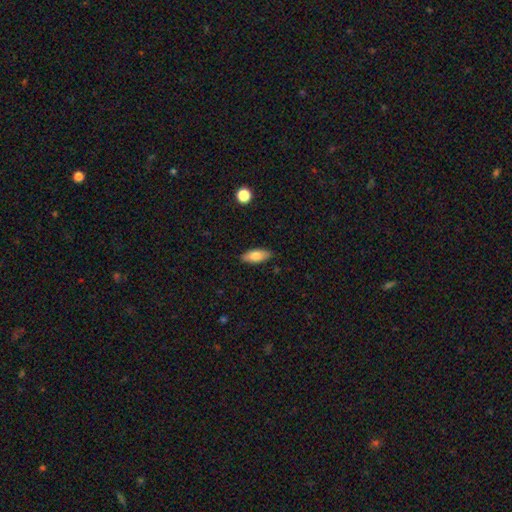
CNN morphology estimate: Smooth or featured? Predicted: smooth (p=0.80). How rounded? Predicted: in between (p=0.80). Merging? Predicted: none (p=0.86).